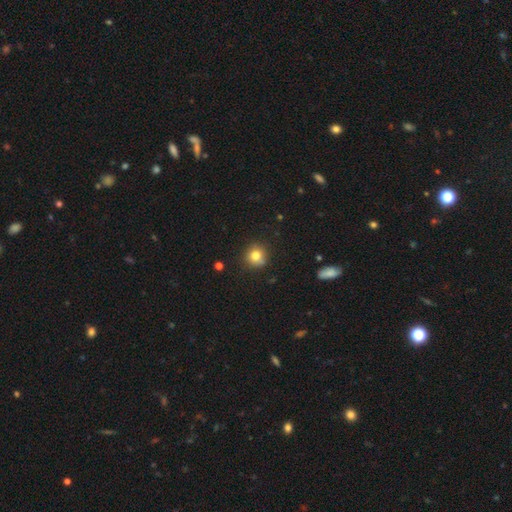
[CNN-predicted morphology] smooth_or_featured: smooth (p=0.79) [alt: star or artifact p=0.13]
how_rounded: round (p=0.89) [alt: in between p=0.10]
merging: none (p=0.81) [alt: minor disturbance p=0.13]